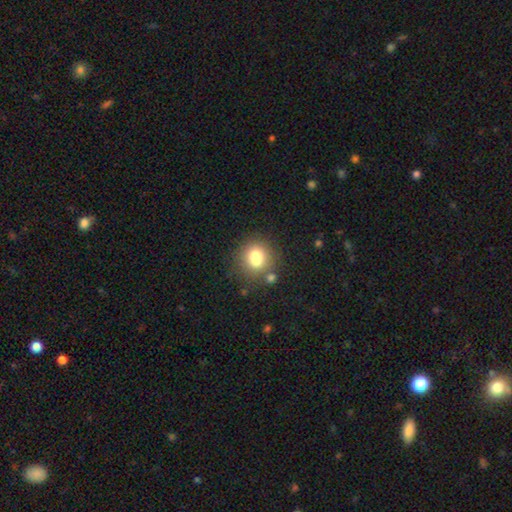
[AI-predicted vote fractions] smooth-or-featured: smooth: 69% | featured or disk: 19% | star or artifact: 12%
  how-rounded: round: 83% | in between: 16% | cigar-shaped: 1%
  merging: none: 49% | merger: 36% | minor disturbance: 10% | major disturbance: 5%